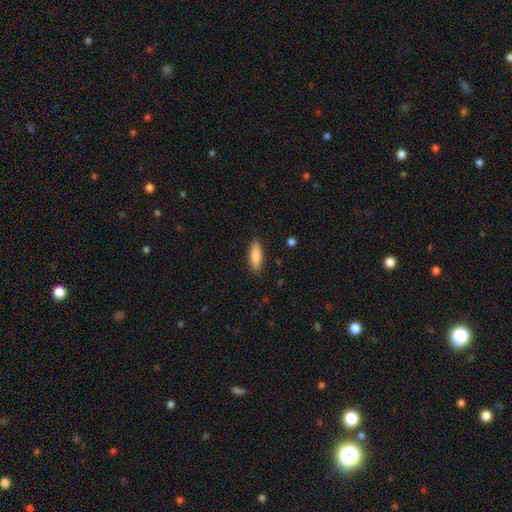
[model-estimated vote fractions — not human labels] Morphology: type=smooth (83%); roundness=in between (54%); merging=none (86%).